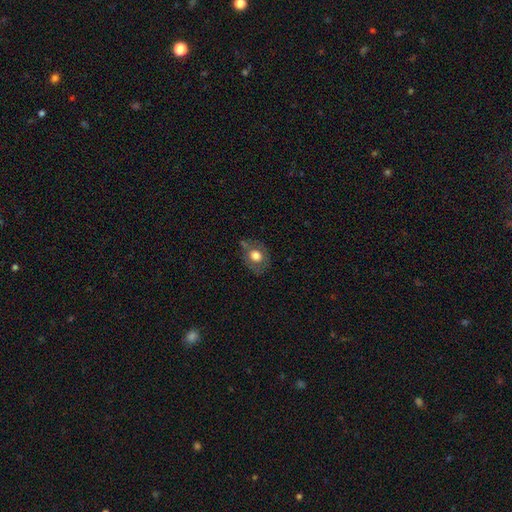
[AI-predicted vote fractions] smooth_or_featured: smooth (p=0.64) [alt: featured or disk p=0.27]
how_rounded: round (p=0.53) [alt: in between p=0.46]
merging: none (p=0.65) [alt: minor disturbance p=0.23]